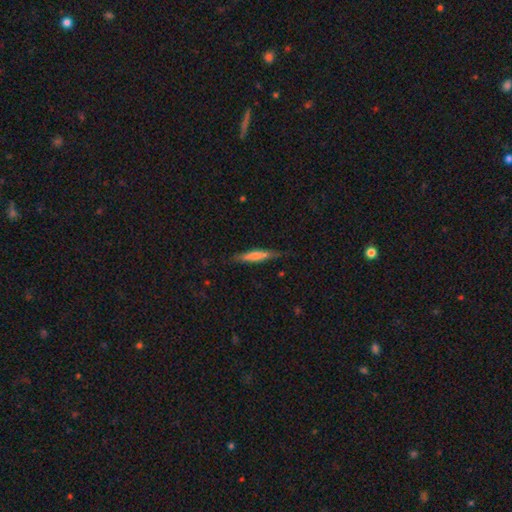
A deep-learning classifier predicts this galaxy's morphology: The model was most divided on "smooth or featured": smooth: 60%, featured or disk: 34%, star or artifact: 6%. More confident: how rounded — cigar-shaped (89%); merging — none (80%).